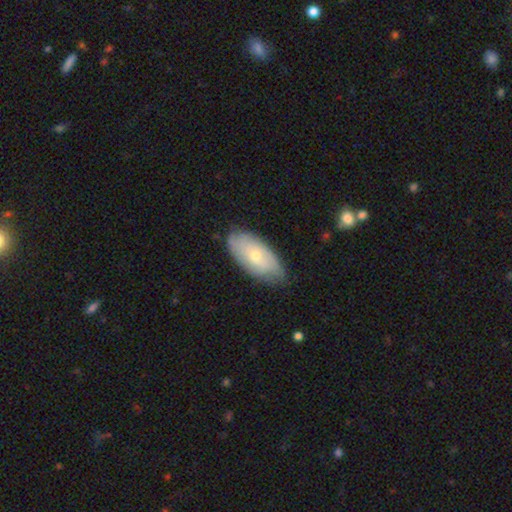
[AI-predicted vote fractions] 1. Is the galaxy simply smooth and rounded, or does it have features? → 49% featured or disk, 45% smooth, 6% star or artifact.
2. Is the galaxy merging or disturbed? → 74% none, 21% minor disturbance, 4% major disturbance, 1% merger.